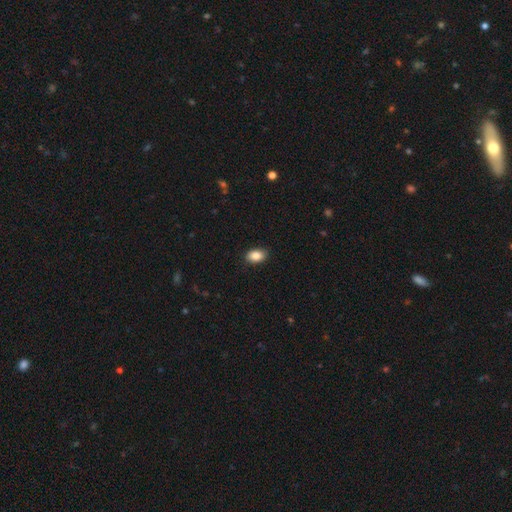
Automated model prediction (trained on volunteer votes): This is clearly a smooth galaxy (88%). How rounded: clearly in between (89%). Merging: clearly none (88%).